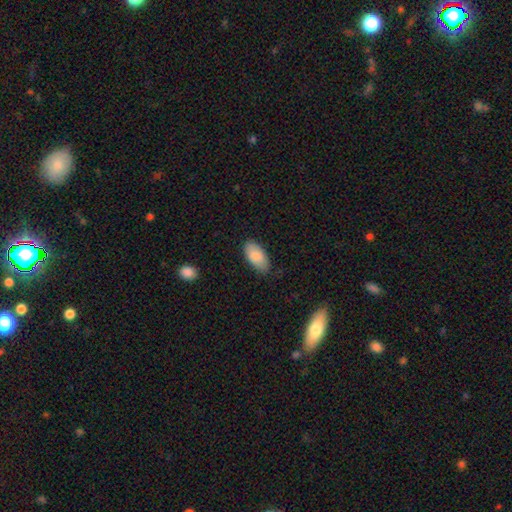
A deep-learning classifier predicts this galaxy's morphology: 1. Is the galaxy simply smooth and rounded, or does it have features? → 85% smooth, 9% featured or disk, 6% star or artifact.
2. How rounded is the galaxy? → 94% in between, 3% cigar-shaped, 2% round.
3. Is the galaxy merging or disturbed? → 80% none, 16% minor disturbance, 3% major disturbance, 1% merger.